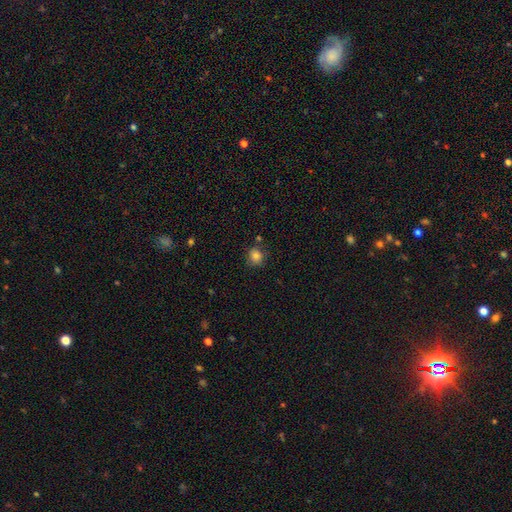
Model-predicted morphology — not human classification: This appears to be a smooth galaxy with no disk features (83%) that is round (86%). Merging: none (81%).